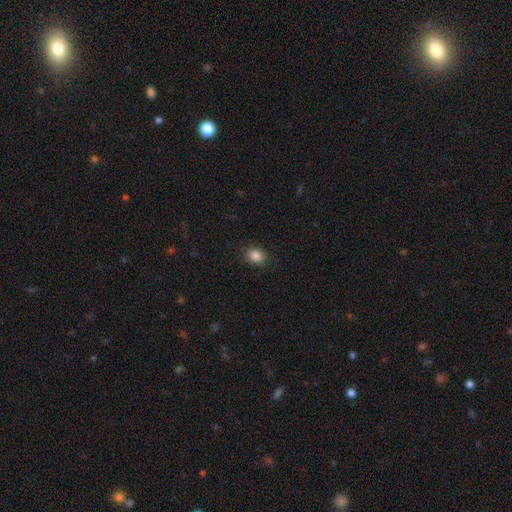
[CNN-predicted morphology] type=smooth (86%); roundness=round (63%); merging=none (88%).